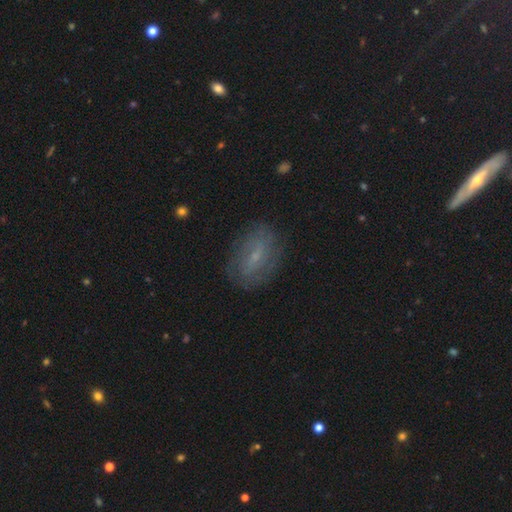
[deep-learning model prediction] smooth_or_featured: featured or disk (p=0.46) [alt: smooth p=0.41]
merging: none (p=0.78) [alt: minor disturbance p=0.15]